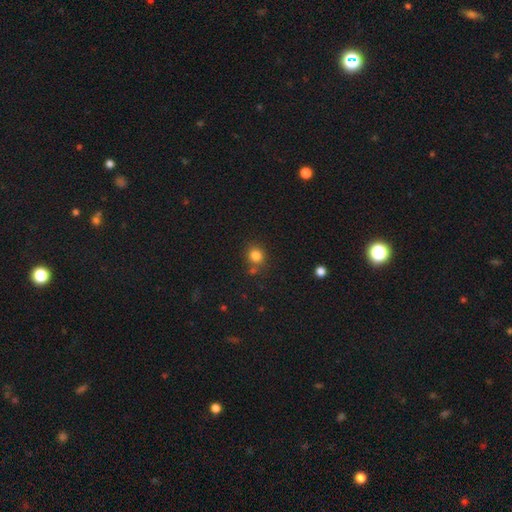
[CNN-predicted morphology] Overall: smooth (82%). How rounded: round (84%). Merging: none (73%).